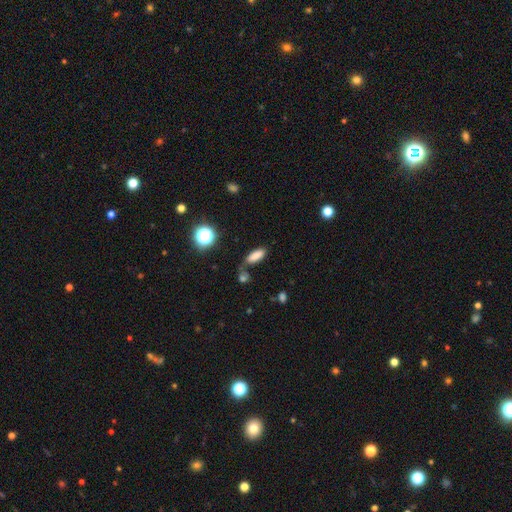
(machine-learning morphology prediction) Smooth or featured?
  - smooth: 81% *
  - star or artifact: 13%
  - featured or disk: 7%
How rounded?
  - in between: 72% *
  - cigar-shaped: 24%
  - round: 4%
Merging?
  - none: 66% *
  - minor disturbance: 16%
  - merger: 12%
  - major disturbance: 6%